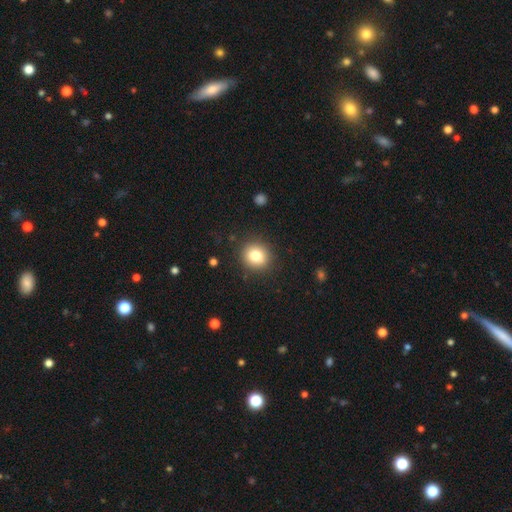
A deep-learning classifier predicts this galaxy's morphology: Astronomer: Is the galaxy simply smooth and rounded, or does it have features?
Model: smooth — 81%.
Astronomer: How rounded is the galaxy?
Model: round — 84%.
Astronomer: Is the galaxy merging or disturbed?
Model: none — 88%.